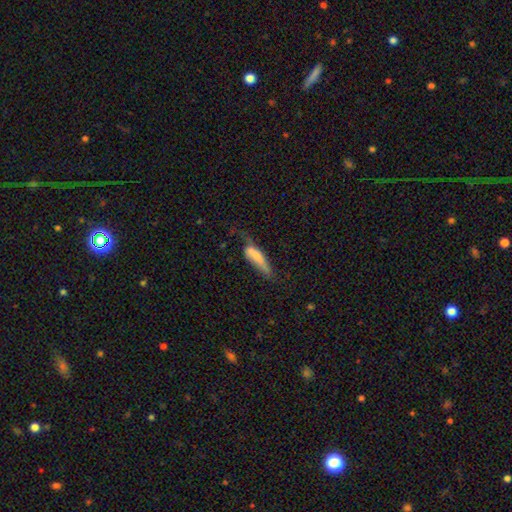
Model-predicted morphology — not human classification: A smooth galaxy with no disk features (63%) that is cigar-shaped (58%).

Vote fractions:
- Smooth or featured? smooth: 63% / featured or disk: 30% / star or artifact: 7%
- How rounded? cigar-shaped: 58% / in between: 40% / round: 2%
- Merging? major disturbance: 35% / minor disturbance: 31% / none: 28% / merger: 7%